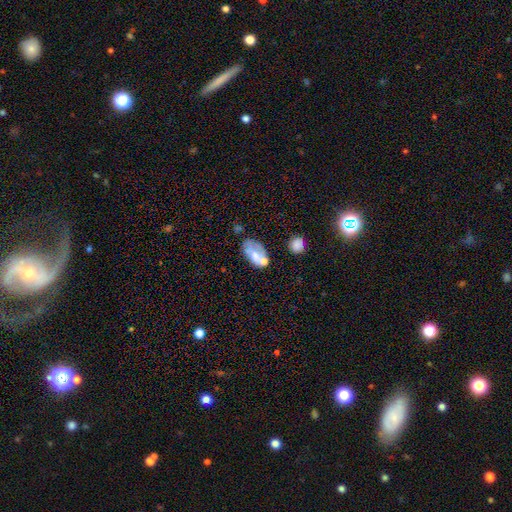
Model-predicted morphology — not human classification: The model was most divided on "smooth or featured": smooth: 52%, featured or disk: 39%, star or artifact: 9%. Remaining: how rounded — in between (90%); merging — none (38%).